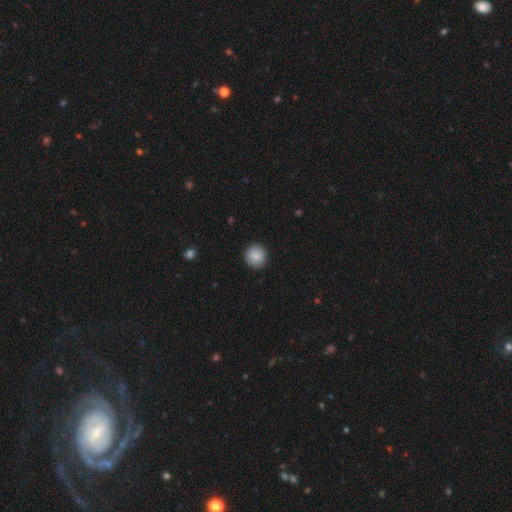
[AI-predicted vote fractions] A smooth galaxy with no disk features (87%) that is round (91%). Merging: none (90%).